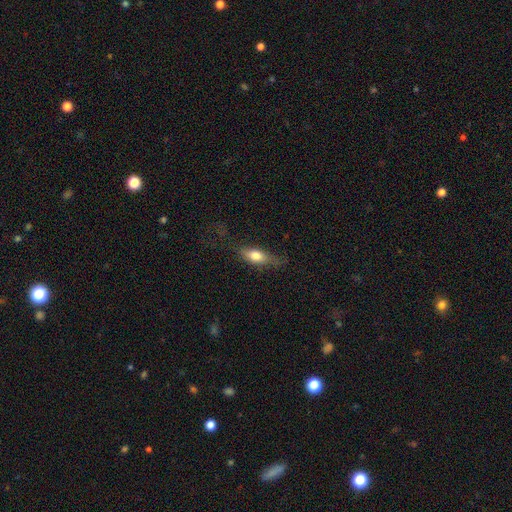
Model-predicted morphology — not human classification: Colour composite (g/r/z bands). It shows a smooth galaxy with no disk features (69%) that is in between round and cigar-shaped (64%). Merging: none (56%).